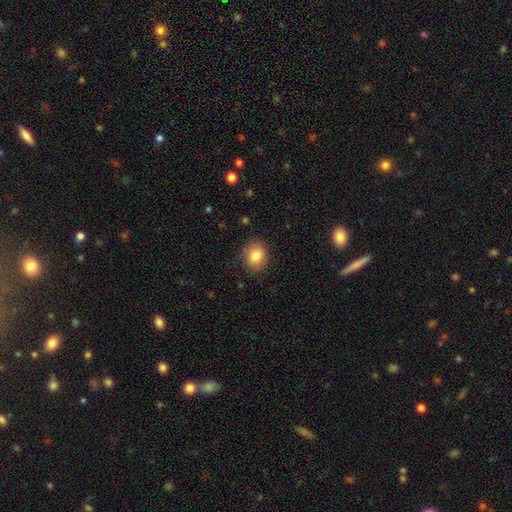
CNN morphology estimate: smooth_or_featured: smooth (p=0.83) [alt: star or artifact p=0.09]
how_rounded: round (p=0.63) [alt: in between p=0.36]
merging: none (p=0.84) [alt: minor disturbance p=0.12]